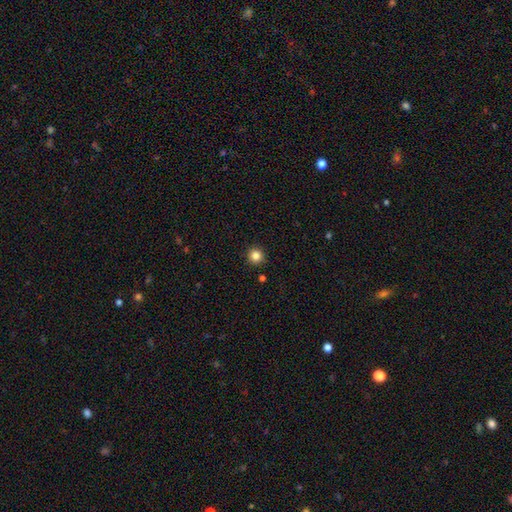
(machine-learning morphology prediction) smooth-or-featured: smooth: 84% | star or artifact: 11% | featured or disk: 5%
  how-rounded: round: 95% | in between: 5% | cigar-shaped: 1%
  merging: none: 92% | minor disturbance: 5% | major disturbance: 2% | merger: 1%